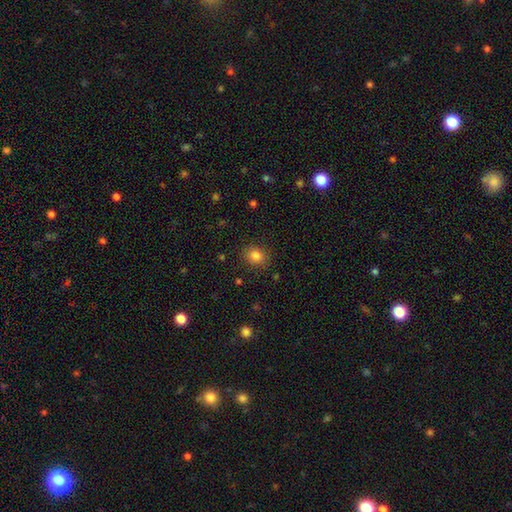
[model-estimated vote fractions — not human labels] A smooth galaxy with no disk features (83%) that is round (57%).

Vote fractions:
- Smooth or featured? smooth: 83% / star or artifact: 11% / featured or disk: 6%
- How rounded? round: 57% / in between: 42% / cigar-shaped: 1%
- Merging? none: 86% / minor disturbance: 10% / major disturbance: 3% / merger: 1%